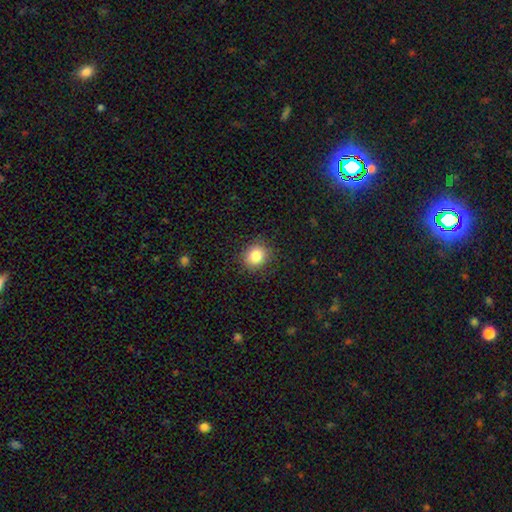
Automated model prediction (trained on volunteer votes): This is clearly a smooth galaxy (83%). How rounded: likely round (76%). Merging: clearly none (87%).